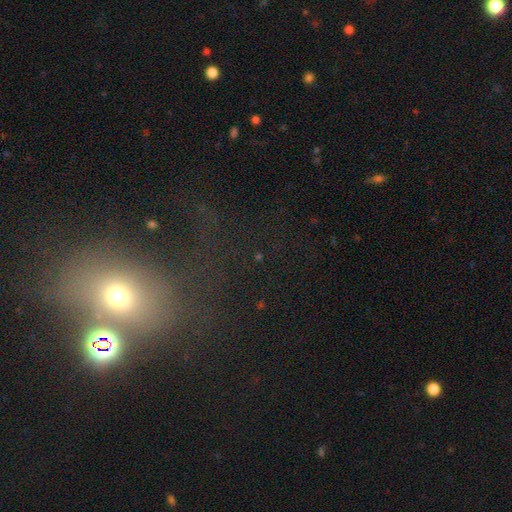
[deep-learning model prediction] Overall: smooth (41%; star or artifact 40%). Merging: none (51%; major disturbance 21%).